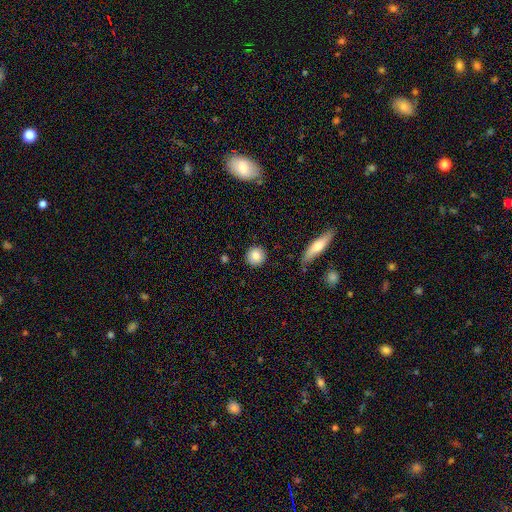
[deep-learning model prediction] Q: Smooth or featured?
A: smooth (85%); runner-up: star or artifact (8%)
Q: How rounded?
A: round (92%); runner-up: in between (7%)
Q: Merging?
A: none (89%); runner-up: minor disturbance (7%)